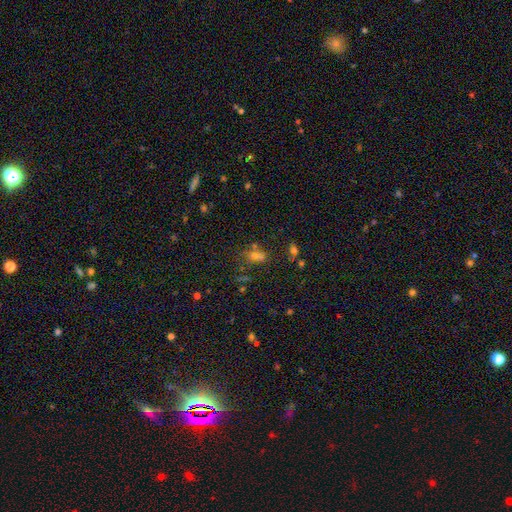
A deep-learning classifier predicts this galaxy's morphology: Q: Smooth or featured?
A: smooth (45%); runner-up: star or artifact (42%)
Q: Merging?
A: none (54%); runner-up: merger (25%)